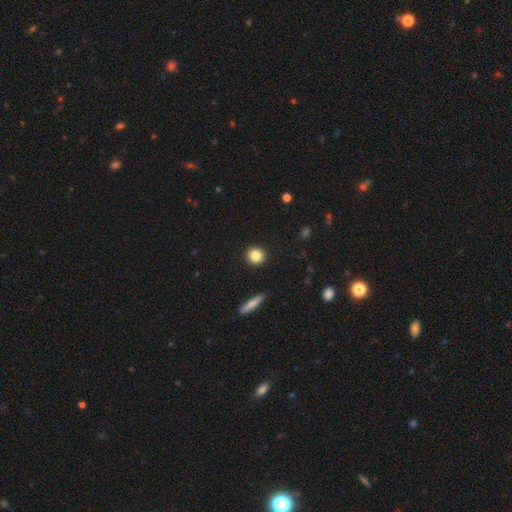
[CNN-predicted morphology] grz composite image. It shows a smooth galaxy with no disk features (83%) that is round (91%). Merging: none (92%).